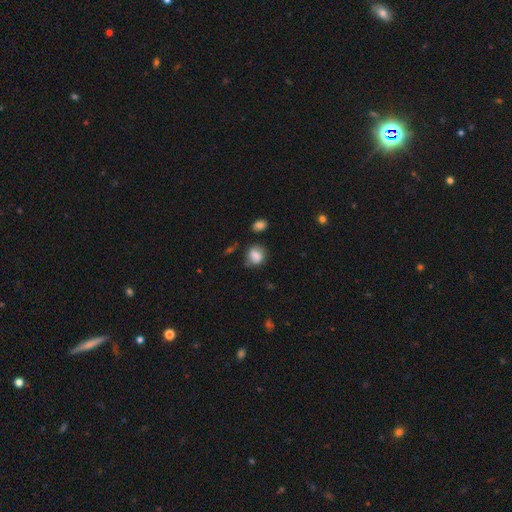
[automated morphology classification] smooth 78%, featured or disk 12%, star or artifact 10%. Down the decision tree: how rounded — round (56%); merging — none (60%).